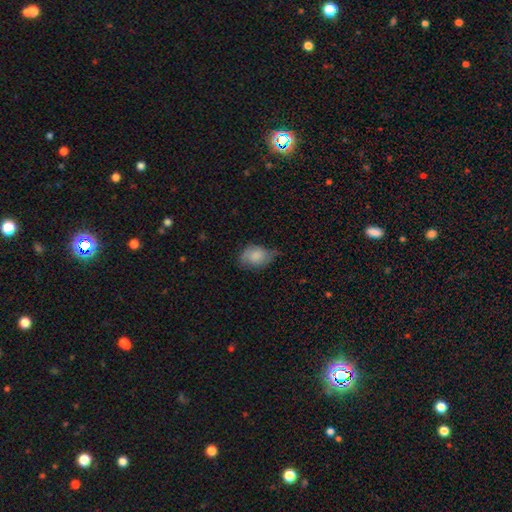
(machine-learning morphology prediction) Smooth or featured? Predicted: smooth (p=0.75). How rounded? Predicted: in between (p=0.77). Merging? Predicted: minor disturbance (p=0.42, tied with none).